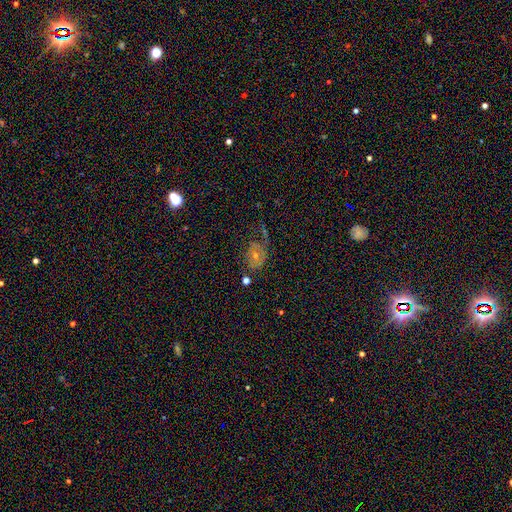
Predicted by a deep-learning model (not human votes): This is possibly a featured or disk galaxy (46%). Merging: possibly none (47%).